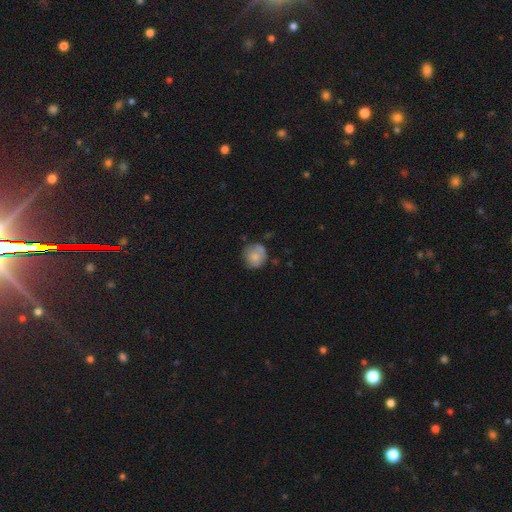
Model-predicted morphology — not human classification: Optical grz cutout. It shows a smooth galaxy with no disk features (74%) that is round (87%). Merging: none (63%).